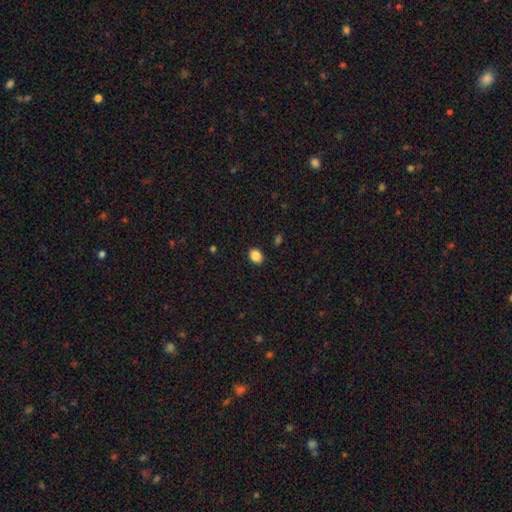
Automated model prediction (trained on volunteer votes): Overall: smooth (86%). How rounded: in between (52%; round 47%). Merging: none (89%).